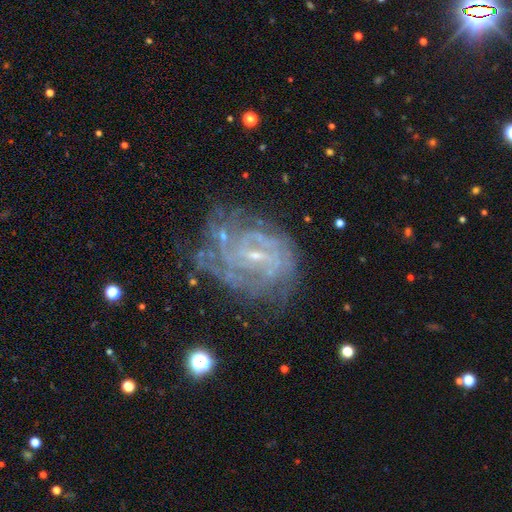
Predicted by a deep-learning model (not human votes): smooth_or_featured: featured or disk (p=0.85) [alt: star or artifact p=0.08]
disk_edge_on: no (p=0.97) [alt: yes p=0.03]
bar: weak (p=0.54) [alt: no p=0.27]
has_spiral_arms: yes (p=0.91) [alt: no p=0.09]
spiral_winding: tight (p=0.64) [alt: medium p=0.29]
spiral_arm_count: can't tell (p=0.41) [alt: 2 p=0.17]
bulge_size: small (p=0.78) [alt: moderate p=0.14]
merging: none (p=0.59) [alt: minor disturbance p=0.22]